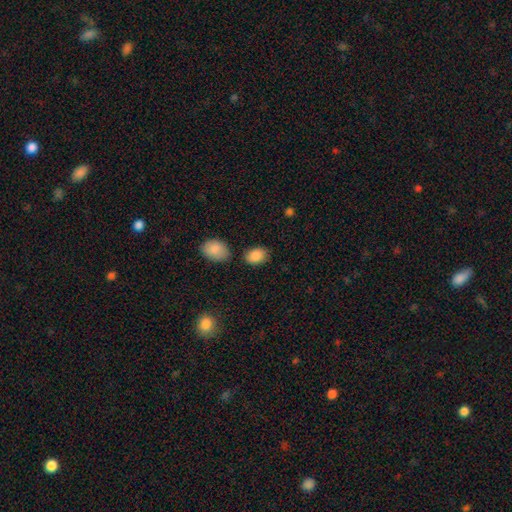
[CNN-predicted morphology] smooth-or-featured: smooth: 88% | star or artifact: 8% | featured or disk: 4%
  how-rounded: in between: 81% | round: 17% | cigar-shaped: 1%
  merging: none: 73% | minor disturbance: 15% | merger: 7% | major disturbance: 4%